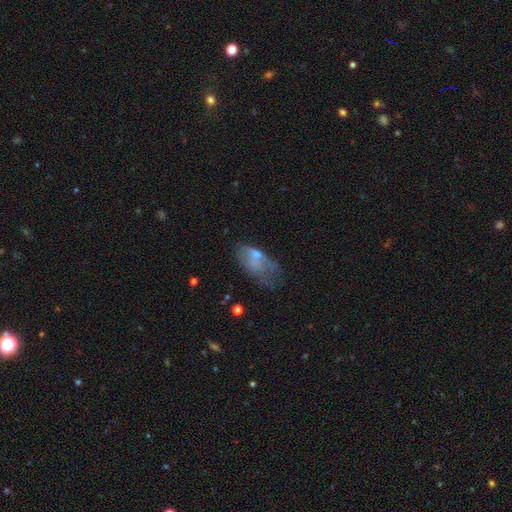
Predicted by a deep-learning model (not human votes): Q: Smooth or featured?
A: smooth (57%); runner-up: featured or disk (32%)
Q: How rounded?
A: in between (88%); runner-up: cigar-shaped (7%)
Q: Merging?
A: major disturbance (33%); runner-up: minor disturbance (30%)